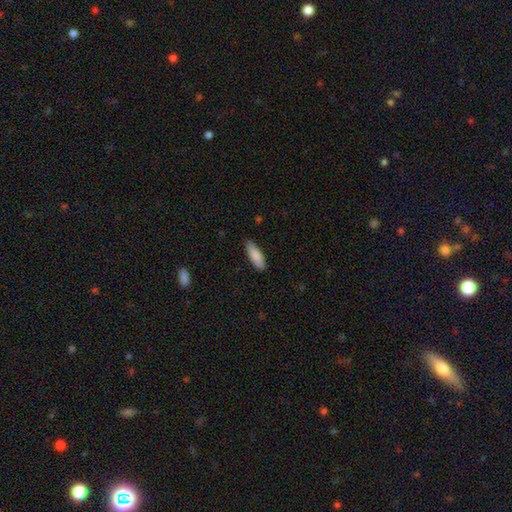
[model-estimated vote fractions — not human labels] Smooth or featured? Predicted: smooth (p=0.87). How rounded? Predicted: in between (p=0.55). Merging? Predicted: none (p=0.85).